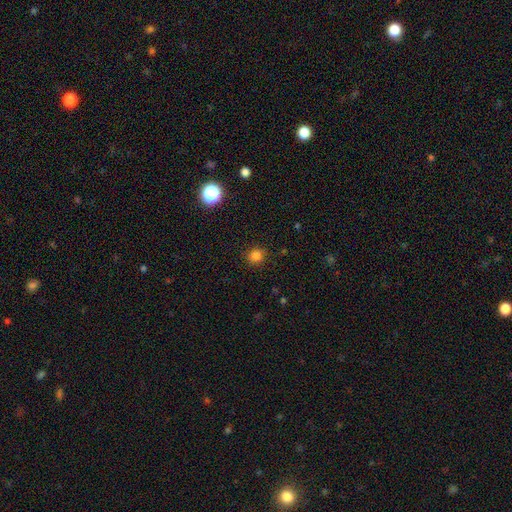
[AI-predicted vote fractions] smooth-or-featured: smooth: 81% | star or artifact: 15% | featured or disk: 4%
  how-rounded: round: 89% | in between: 10% | cigar-shaped: 1%
  merging: none: 90% | minor disturbance: 7% | major disturbance: 2% | merger: 1%